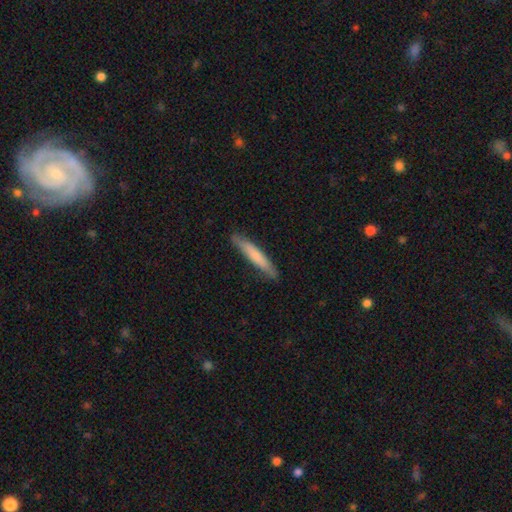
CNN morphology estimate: A smooth galaxy with no disk features (70%) that is cigar-shaped (94%).

Vote fractions:
- Smooth or featured? smooth: 70% / featured or disk: 25% / star or artifact: 5%
- How rounded? cigar-shaped: 94% / in between: 5% / round: 1%
- Merging? none: 86% / minor disturbance: 11% / major disturbance: 2% / merger: 1%